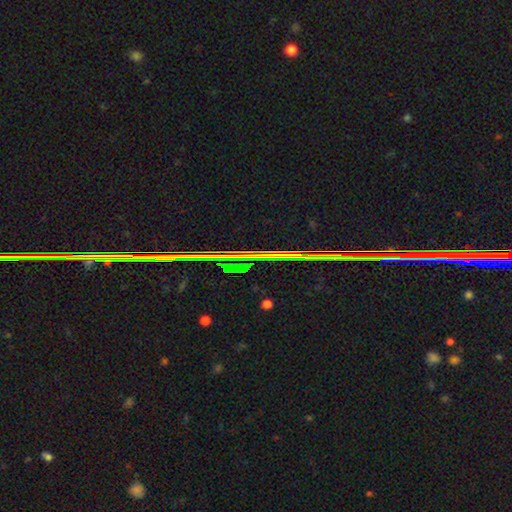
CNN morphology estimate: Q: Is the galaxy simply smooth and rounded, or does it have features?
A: star or artifact — 86%.